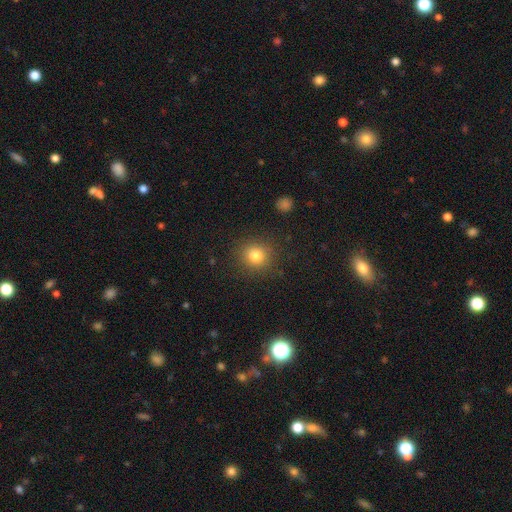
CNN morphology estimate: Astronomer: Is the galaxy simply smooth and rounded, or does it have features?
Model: smooth — 81%.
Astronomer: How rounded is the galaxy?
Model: round — 87%.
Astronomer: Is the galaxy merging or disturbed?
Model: none — 88%.